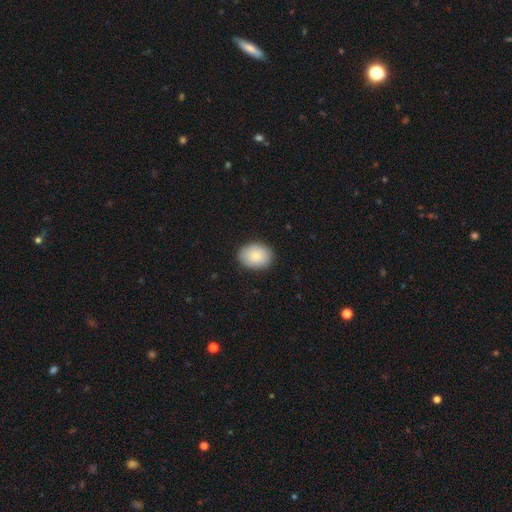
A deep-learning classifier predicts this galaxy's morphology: This is clearly a smooth galaxy (82%). How rounded: possibly in between (55%). Merging: clearly none (87%).